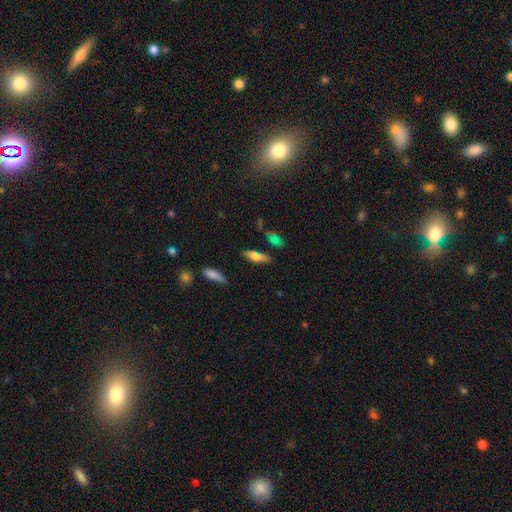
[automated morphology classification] smooth-or-featured: smooth: 59% | featured or disk: 32% | star or artifact: 9%
  how-rounded: in between: 52% | cigar-shaped: 45% | round: 3%
  merging: none: 75% | minor disturbance: 15% | merger: 6% | major disturbance: 4%